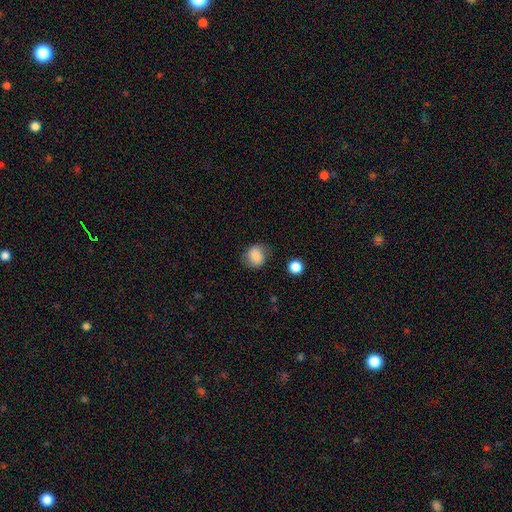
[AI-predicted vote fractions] Q: Smooth or featured?
A: smooth (84%); runner-up: star or artifact (9%)
Q: How rounded?
A: round (68%); runner-up: in between (31%)
Q: Merging?
A: none (73%); runner-up: minor disturbance (19%)